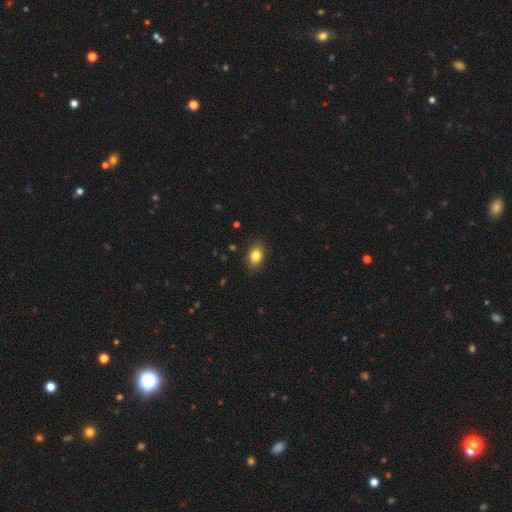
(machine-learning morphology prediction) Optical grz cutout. It shows a smooth galaxy with no disk features (84%) that is in between round and cigar-shaped (78%). Merging: none (87%).